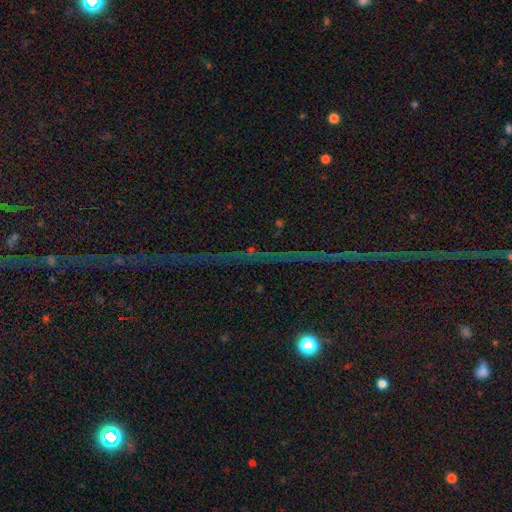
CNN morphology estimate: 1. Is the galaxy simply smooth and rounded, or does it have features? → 85% star or artifact, 8% featured or disk, 6% smooth.